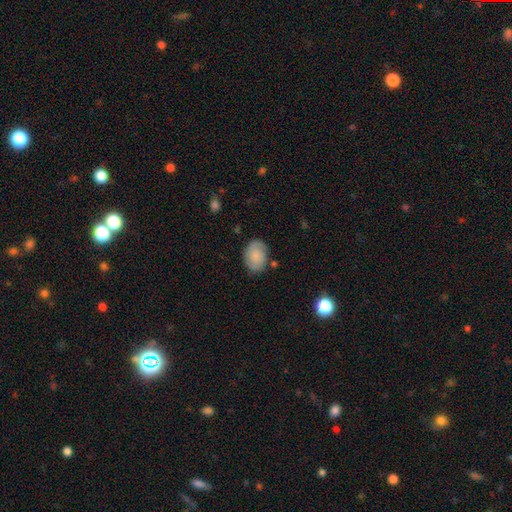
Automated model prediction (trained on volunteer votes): Smooth or featured? Predicted: smooth (p=0.71). How rounded? Predicted: in between (p=0.74). Merging? Predicted: none (p=0.75).